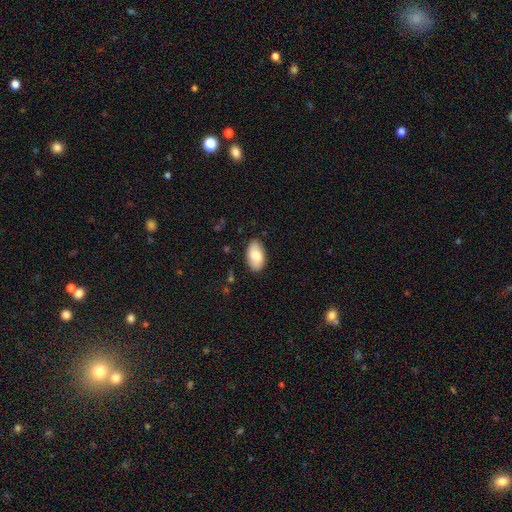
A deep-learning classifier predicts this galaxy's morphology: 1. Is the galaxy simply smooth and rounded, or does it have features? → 80% smooth, 14% featured or disk, 6% star or artifact.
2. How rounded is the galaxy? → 95% in between, 4% round, 2% cigar-shaped.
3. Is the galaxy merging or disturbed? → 84% none, 12% minor disturbance, 2% major disturbance, 1% merger.